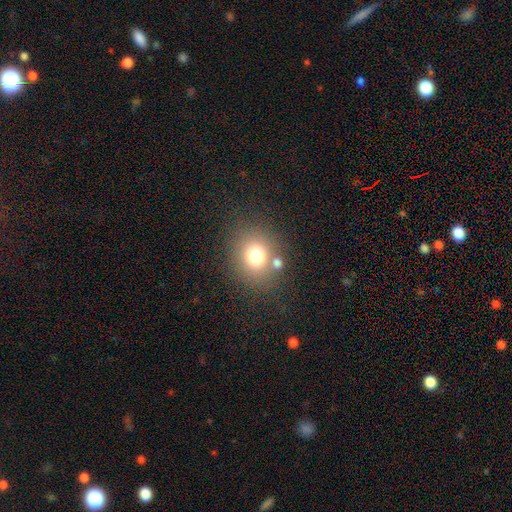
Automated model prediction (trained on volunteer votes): smooth_or_featured: smooth (p=0.74) [alt: star or artifact p=0.14]
how_rounded: round (p=0.73) [alt: in between p=0.26]
merging: none (p=0.70) [alt: merger p=0.14]